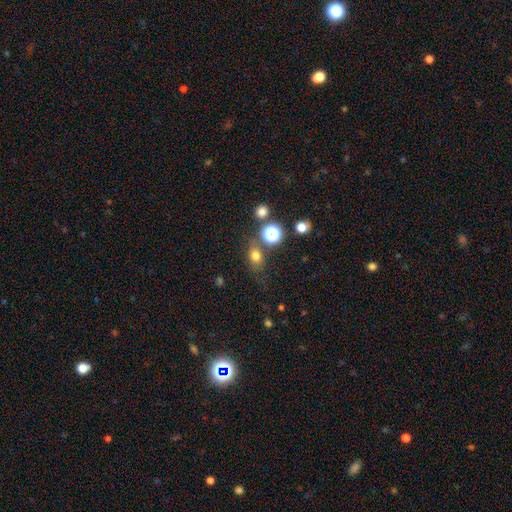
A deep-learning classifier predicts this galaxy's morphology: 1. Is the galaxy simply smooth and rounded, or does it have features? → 71% smooth, 19% star or artifact, 10% featured or disk.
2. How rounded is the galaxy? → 51% in between, 47% round, 2% cigar-shaped.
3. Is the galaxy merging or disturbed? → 67% none, 17% minor disturbance, 9% merger, 7% major disturbance.